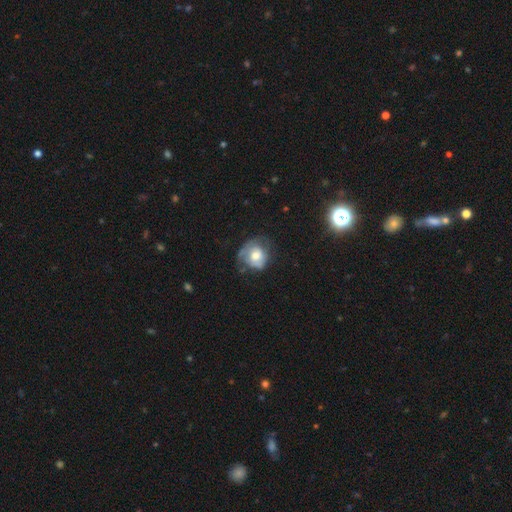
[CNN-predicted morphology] A smooth galaxy with no disk features (49%). Merging: none (46%).